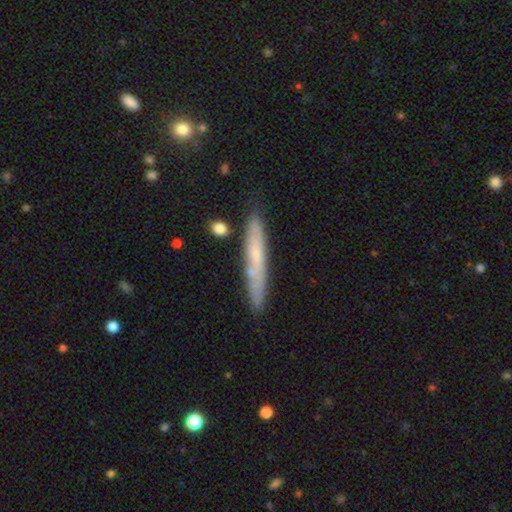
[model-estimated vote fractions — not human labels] This is possibly a smooth galaxy (53%). How rounded: clearly cigar-shaped (95%). Merging: likely none (80%).